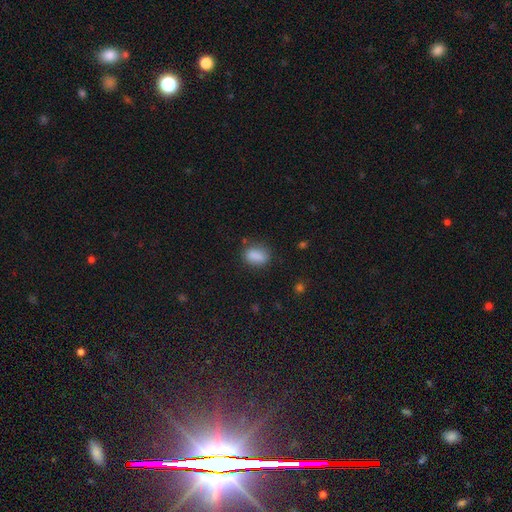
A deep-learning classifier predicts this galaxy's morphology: type=smooth (86%); roundness=in between (79%); merging=none (76%).